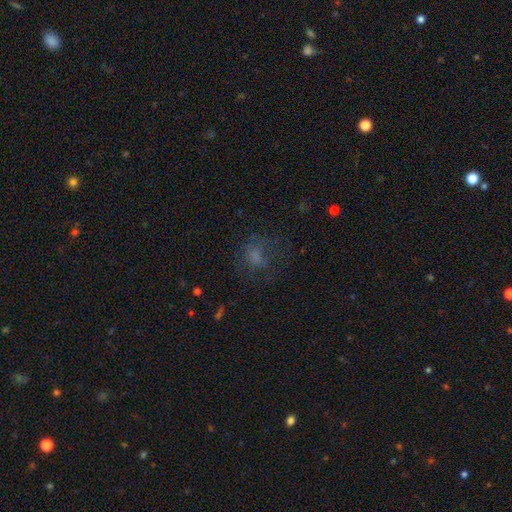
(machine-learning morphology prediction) smooth 58%, star or artifact 22%, featured or disk 20%. Down the decision tree: how rounded — round (60%); merging — none (51%).